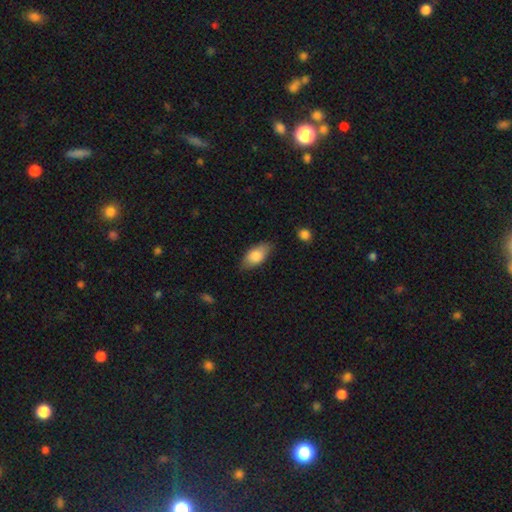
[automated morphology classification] type=smooth (80%); roundness=in between (90%); merging=none (78%).